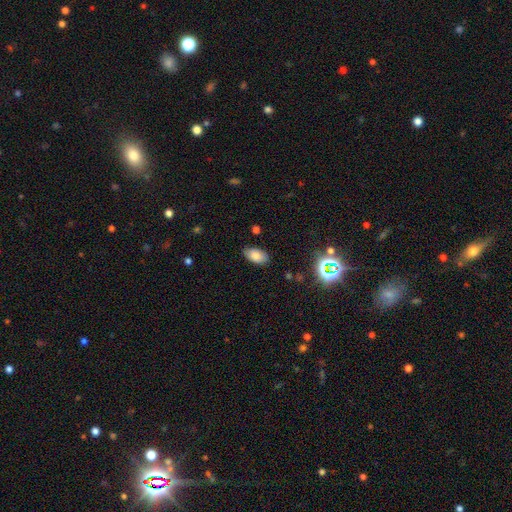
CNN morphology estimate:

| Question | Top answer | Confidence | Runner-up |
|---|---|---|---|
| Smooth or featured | smooth | 80% | star or artifact (10%) |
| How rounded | in between | 94% | round (4%) |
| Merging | none | 83% | minor disturbance (13%) |